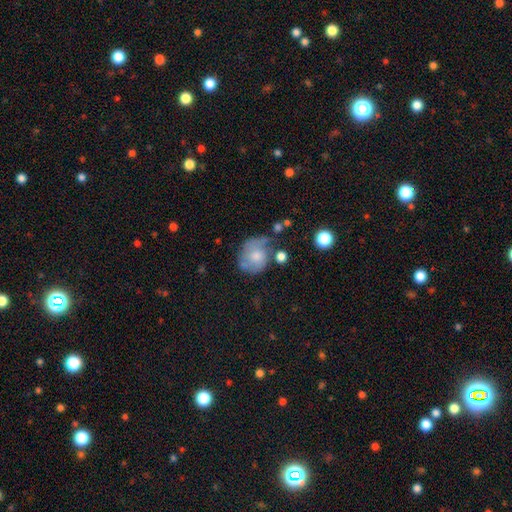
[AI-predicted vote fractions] A smooth galaxy with no disk features (54%) that is round (65%). Merging: none (40%).